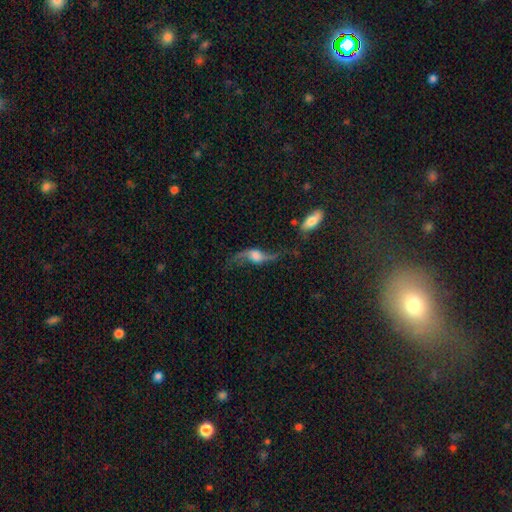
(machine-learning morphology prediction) Smooth or featured: featured or disk — 78% (smooth — 14%)
Edge-on disk: no — 77% (yes — 23%)
Bar: no — 55% (weak — 33%)
Spiral arms: yes — 92% (no — 8%)
Spiral winding: loose — 92% (medium — 6%)
Spiral arm count: 2 — 92% (1 — 3%)
Bulge size: moderate — 33% (tied with large — 33%)
Merging: none — 54% (major disturbance — 20%)